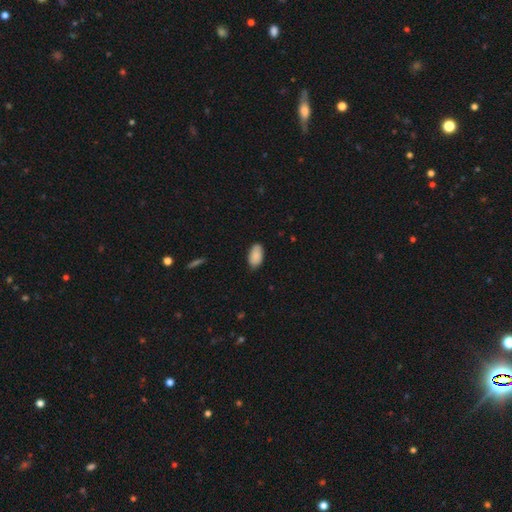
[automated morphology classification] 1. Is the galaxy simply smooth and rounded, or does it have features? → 89% smooth, 7% star or artifact, 5% featured or disk.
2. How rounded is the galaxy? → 95% in between, 3% round, 2% cigar-shaped.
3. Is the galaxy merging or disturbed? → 82% none, 15% minor disturbance, 2% major disturbance, 1% merger.